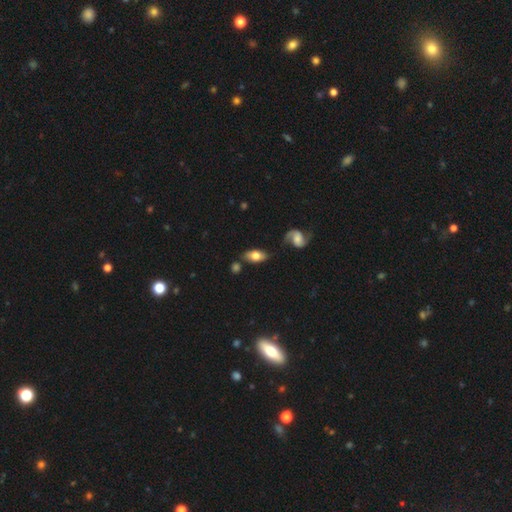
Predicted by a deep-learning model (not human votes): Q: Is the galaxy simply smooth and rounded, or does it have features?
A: smooth — 64%.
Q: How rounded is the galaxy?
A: in between — 89%.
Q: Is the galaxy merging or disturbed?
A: none — 69%.